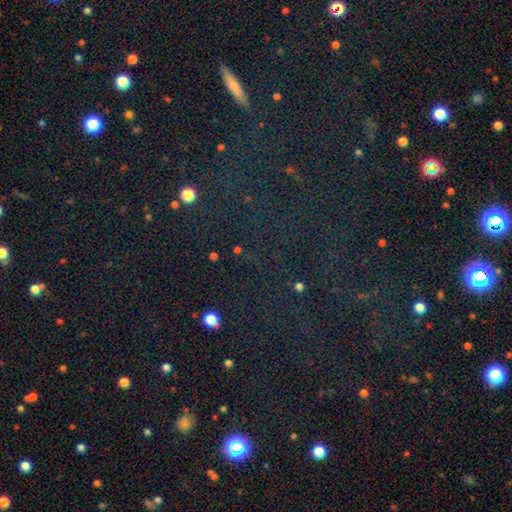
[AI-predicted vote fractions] Smooth or featured?
  - star or artifact: 73% *
  - smooth: 18%
  - featured or disk: 9%